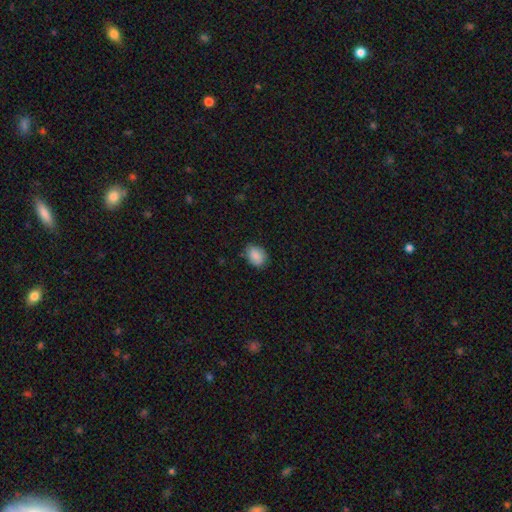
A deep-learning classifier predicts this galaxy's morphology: Smooth or featured? smooth (87%)
How rounded? in between (75%)
Merging? none (77%)